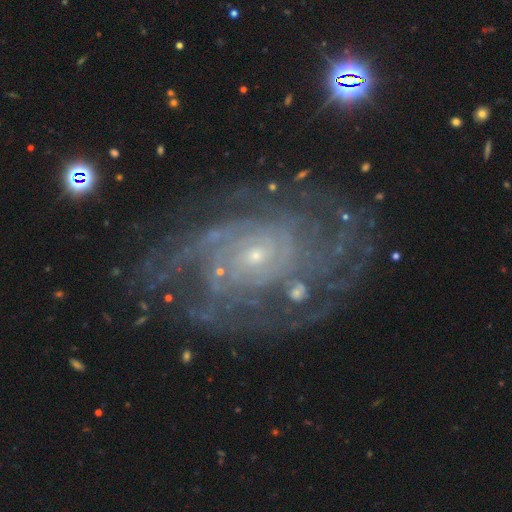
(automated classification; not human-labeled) Overall: featured or disk (87%). Edge-on disk: no (97%). Bar: no (72%). Spiral arms: yes (96%). Spiral arm count: can't tell (30%; more than 4 19%). Spiral winding: tight (65%; medium 28%). Bulge size: small (82%). Merging: none (75%).